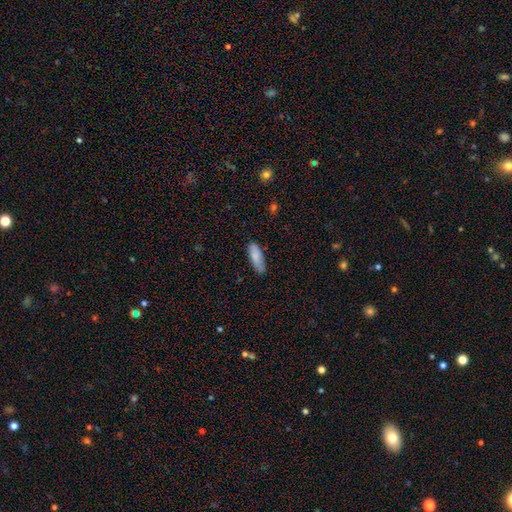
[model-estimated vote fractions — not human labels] This is clearly a smooth galaxy (85%). How rounded: likely in between (62%). Merging: likely none (80%).